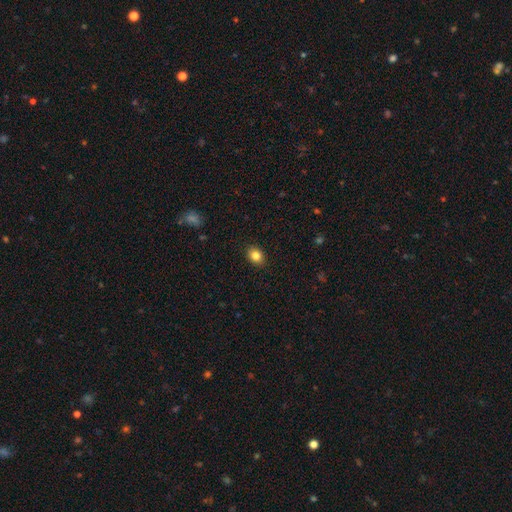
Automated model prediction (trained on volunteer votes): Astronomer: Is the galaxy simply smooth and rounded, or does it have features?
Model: smooth — 84%.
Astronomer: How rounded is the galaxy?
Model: in between — 59% (runner-up: round, 40%).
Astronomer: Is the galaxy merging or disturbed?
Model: none — 89%.